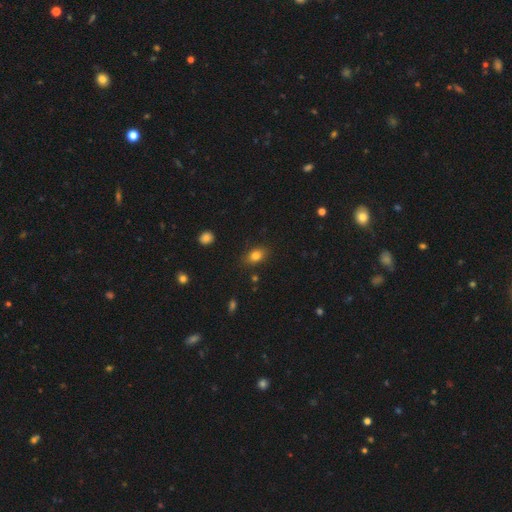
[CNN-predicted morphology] Smooth or featured: smooth — 82% (star or artifact — 11%)
How rounded: in between — 76% (round — 22%)
Merging: none — 83% (minor disturbance — 12%)